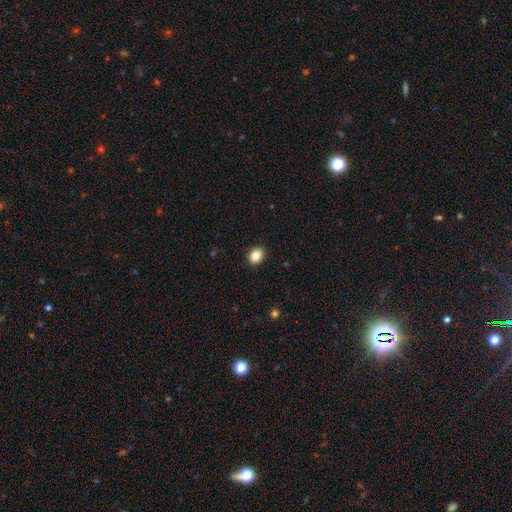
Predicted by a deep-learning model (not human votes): Smooth or featured?
  - smooth: 86% *
  - star or artifact: 9%
  - featured or disk: 5%
How rounded?
  - in between: 58% *
  - round: 41%
  - cigar-shaped: 1%
Merging?
  - none: 91% *
  - minor disturbance: 6%
  - major disturbance: 2%
  - merger: 1%